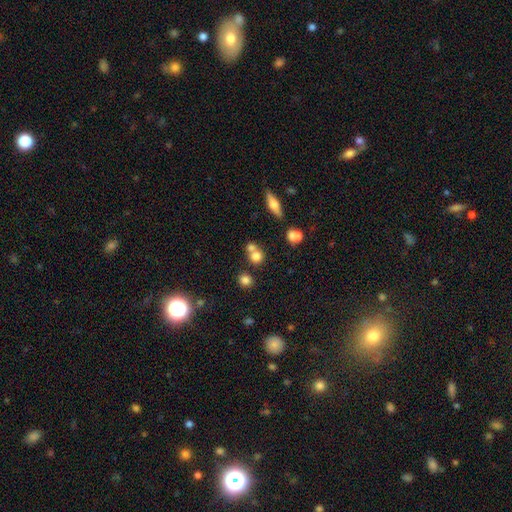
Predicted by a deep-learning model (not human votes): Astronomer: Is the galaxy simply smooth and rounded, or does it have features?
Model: smooth — 74%.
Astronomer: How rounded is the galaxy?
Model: round — 84%.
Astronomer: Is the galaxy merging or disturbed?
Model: none — 51% (runner-up: merger, 38%).